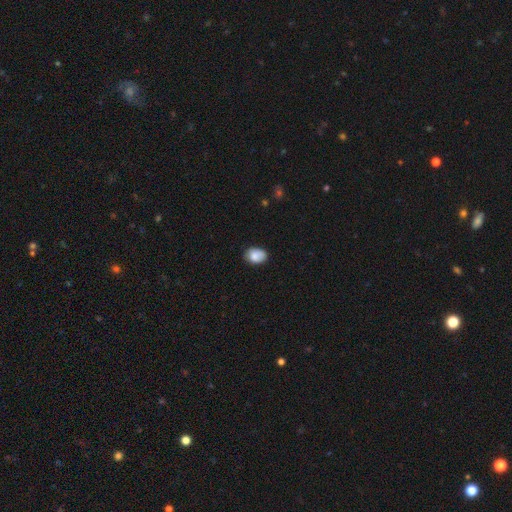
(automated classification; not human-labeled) Smooth or featured? Predicted: smooth (p=0.85). How rounded? Predicted: in between (p=0.78). Merging? Predicted: none (p=0.75).